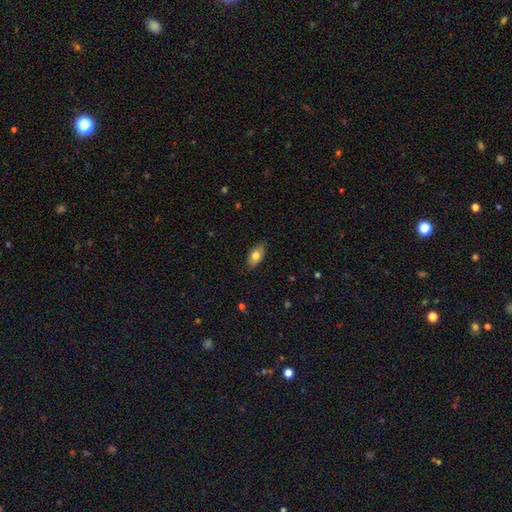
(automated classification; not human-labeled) Smooth or featured? Predicted: smooth (p=0.73). How rounded? Predicted: in between (p=0.88). Merging? Predicted: none (p=0.83).